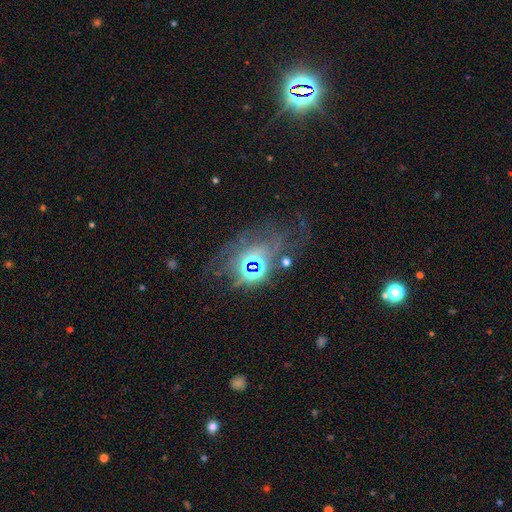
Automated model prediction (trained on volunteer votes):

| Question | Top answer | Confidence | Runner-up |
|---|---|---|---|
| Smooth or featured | featured or disk | 47% | star or artifact (38%) |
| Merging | none | 51% | major disturbance (26%) |